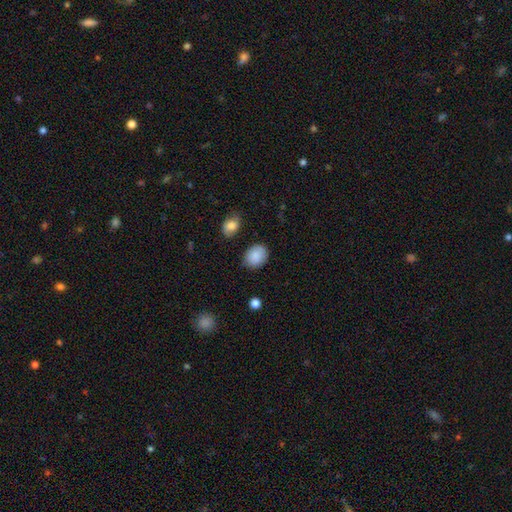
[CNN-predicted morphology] This appears to be a smooth galaxy with no disk features (89%) that is in between round and cigar-shaped (57%). Merging: none (83%).